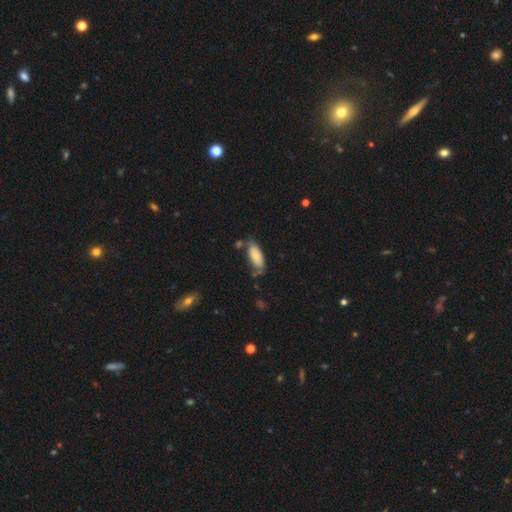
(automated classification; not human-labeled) This is likely a smooth galaxy (76%). How rounded: clearly in between (80%). Merging: possibly none (58%).